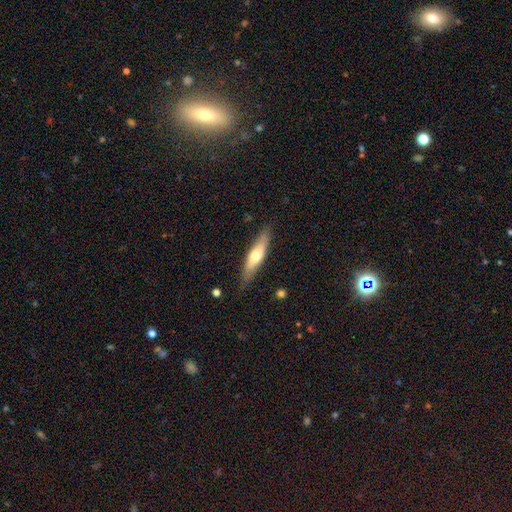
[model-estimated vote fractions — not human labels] Smooth or featured? Predicted: smooth (p=0.54). How rounded? Predicted: cigar-shaped (p=0.73). Merging? Predicted: none (p=0.82).